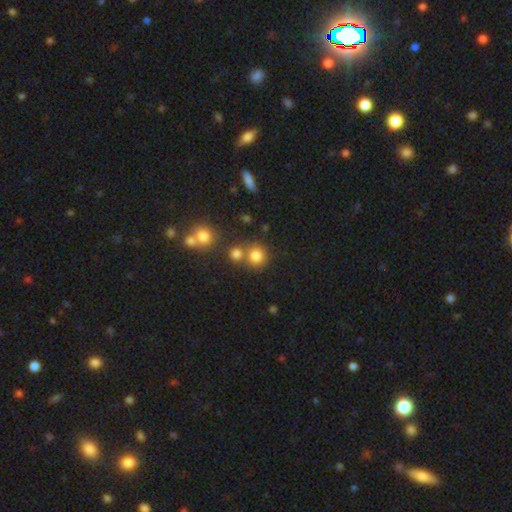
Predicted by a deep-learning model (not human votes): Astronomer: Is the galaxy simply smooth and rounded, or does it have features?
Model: smooth — 79%.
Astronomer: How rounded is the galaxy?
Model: round — 87%.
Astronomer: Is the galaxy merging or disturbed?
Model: none — 61%.